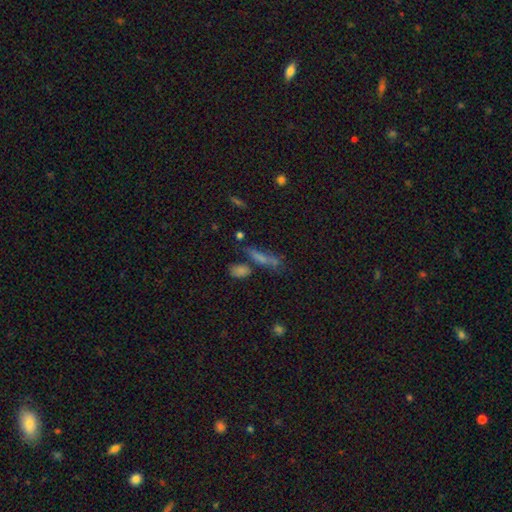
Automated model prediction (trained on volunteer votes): Smooth or featured?
  - smooth: 48% *
  - featured or disk: 26%
  - star or artifact: 25%
Merging?
  - none: 52% *
  - merger: 22%
  - minor disturbance: 15%
  - major disturbance: 11%